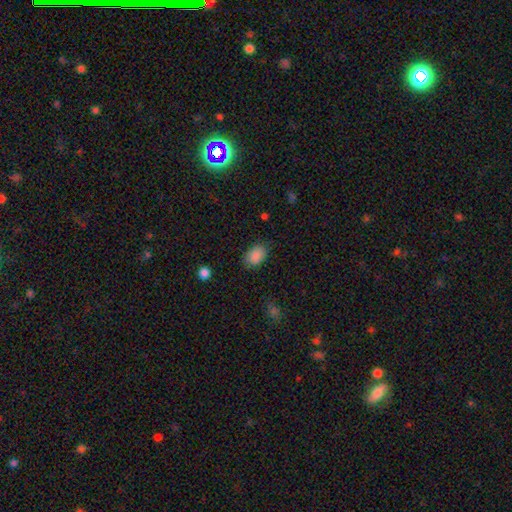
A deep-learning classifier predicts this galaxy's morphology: Overall: smooth (88%). How rounded: in between (85%). Merging: none (80%).